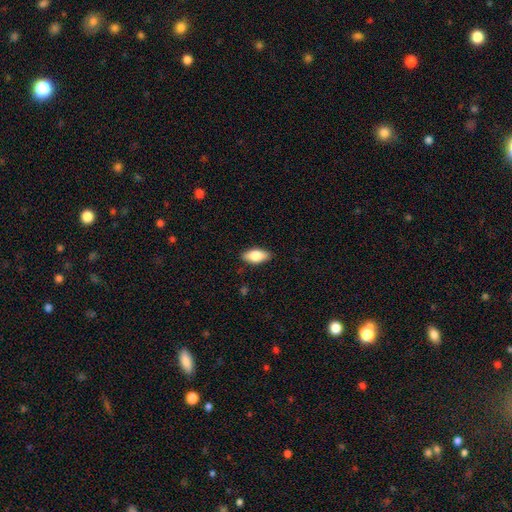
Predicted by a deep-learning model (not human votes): This is likely a smooth galaxy (77%). How rounded: clearly in between (87%). Merging: clearly none (87%).